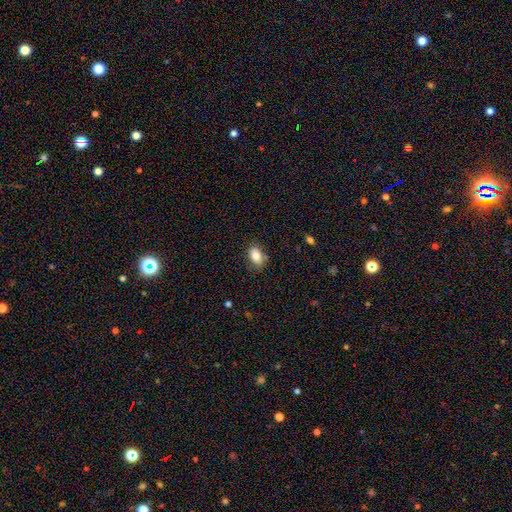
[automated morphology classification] This appears to be a smooth galaxy with no disk features (79%) that is in between round and cigar-shaped (86%). Merging: none (76%).